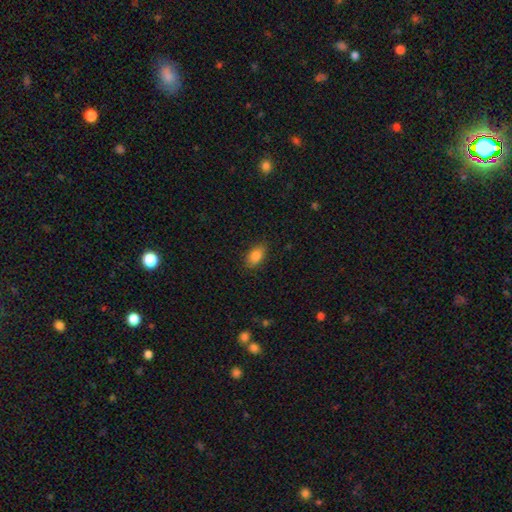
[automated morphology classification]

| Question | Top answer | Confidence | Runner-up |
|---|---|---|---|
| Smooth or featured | smooth | 84% | star or artifact (9%) |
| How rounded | in between | 87% | round (9%) |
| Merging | none | 85% | minor disturbance (12%) |